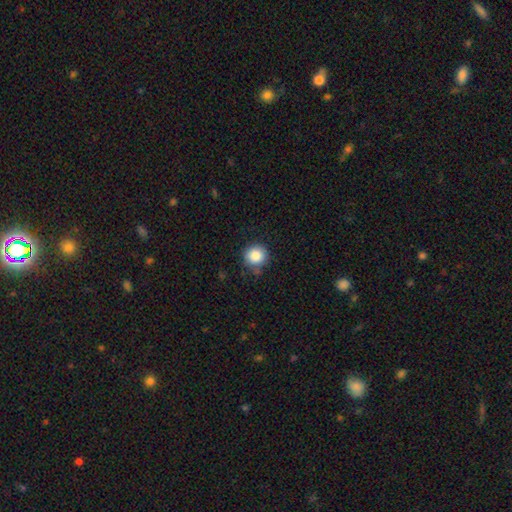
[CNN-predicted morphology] A smooth galaxy with no disk features (86%) that is round (93%).

Vote fractions:
- Smooth or featured? smooth: 86% / star or artifact: 10% / featured or disk: 4%
- How rounded? round: 93% / in between: 6% / cigar-shaped: 1%
- Merging? none: 81% / minor disturbance: 13% / major disturbance: 3% / merger: 3%